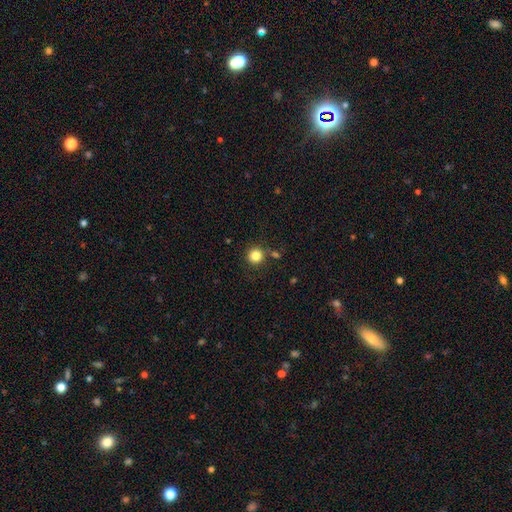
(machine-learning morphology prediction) Smooth or featured?
  - smooth: 84% *
  - star or artifact: 11%
  - featured or disk: 5%
How rounded?
  - round: 94% *
  - in between: 5%
  - cigar-shaped: 1%
Merging?
  - none: 83% *
  - minor disturbance: 8%
  - merger: 7%
  - major disturbance: 3%